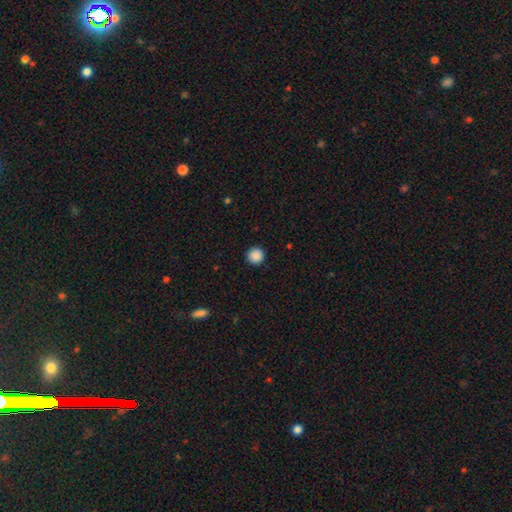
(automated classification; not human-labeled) A smooth galaxy with no disk features (89%) that is round (96%). Merging: none (92%).